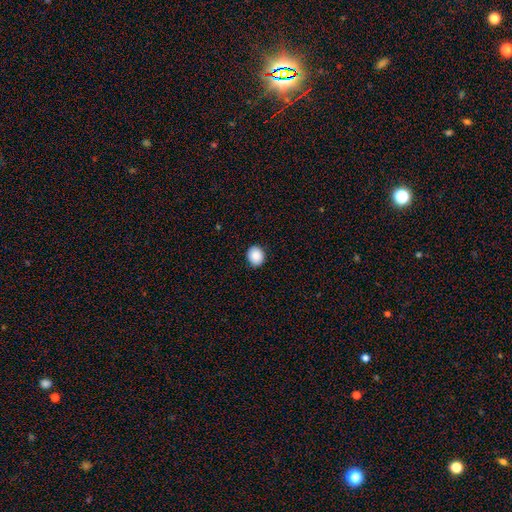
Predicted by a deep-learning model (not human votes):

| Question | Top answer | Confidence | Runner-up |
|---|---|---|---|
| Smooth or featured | smooth | 89% | star or artifact (8%) |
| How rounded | round | 72% | in between (27%) |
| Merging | none | 91% | minor disturbance (6%) |